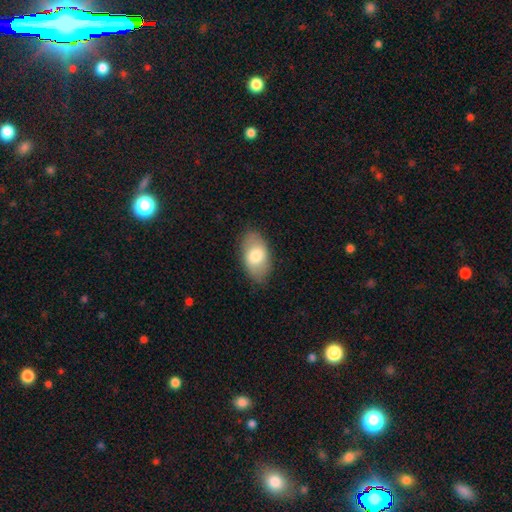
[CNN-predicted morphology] Smooth or featured? Predicted: smooth (p=0.74). How rounded? Predicted: in between (p=0.93). Merging? Predicted: none (p=0.82).